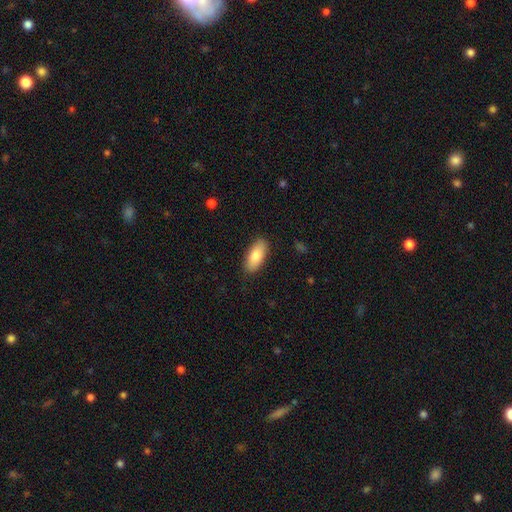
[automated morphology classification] Smooth or featured? smooth (83%)
How rounded? in between (86%)
Merging? none (87%)